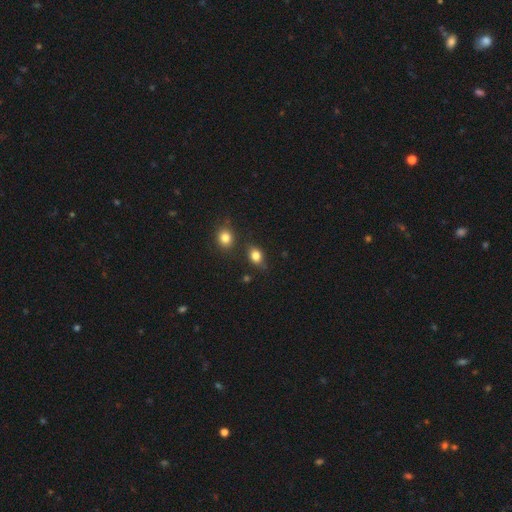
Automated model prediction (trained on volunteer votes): This is clearly a smooth galaxy (83%). How rounded: likely in between (63%). Merging: likely none (74%).